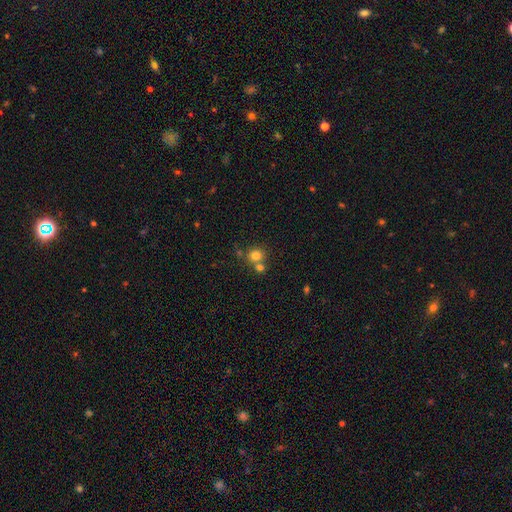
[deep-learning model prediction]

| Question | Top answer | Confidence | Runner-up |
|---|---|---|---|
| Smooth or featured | smooth | 78% | star or artifact (14%) |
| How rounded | round | 86% | in between (13%) |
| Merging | none | 55% | merger (35%) |